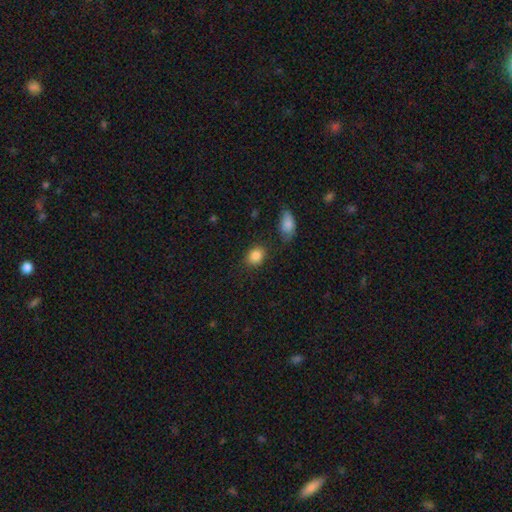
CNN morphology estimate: This appears to be a smooth galaxy with no disk features (86%) that is in between round and cigar-shaped (58%). Merging: none (78%).